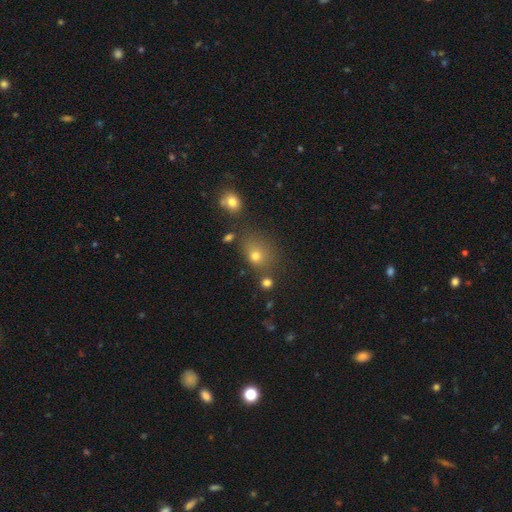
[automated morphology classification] A smooth galaxy with no disk features (71%) that is round (54%).

Vote fractions:
- Smooth or featured? smooth: 71% / star or artifact: 18% / featured or disk: 11%
- How rounded? round: 54% / in between: 45% / cigar-shaped: 1%
- Merging? none: 64% / minor disturbance: 17% / merger: 12% / major disturbance: 7%